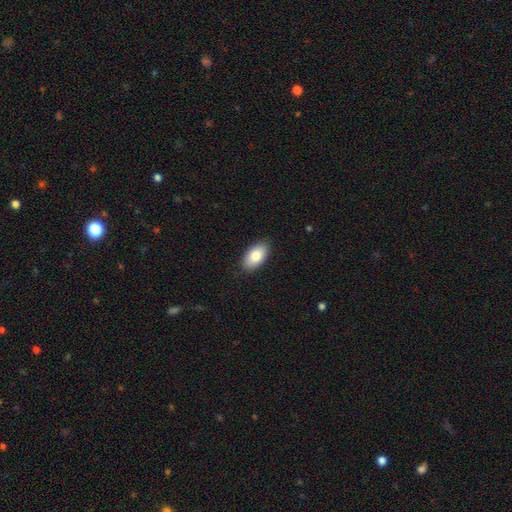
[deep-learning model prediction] Smooth or featured? smooth (81%)
How rounded? in between (94%)
Merging? none (88%)